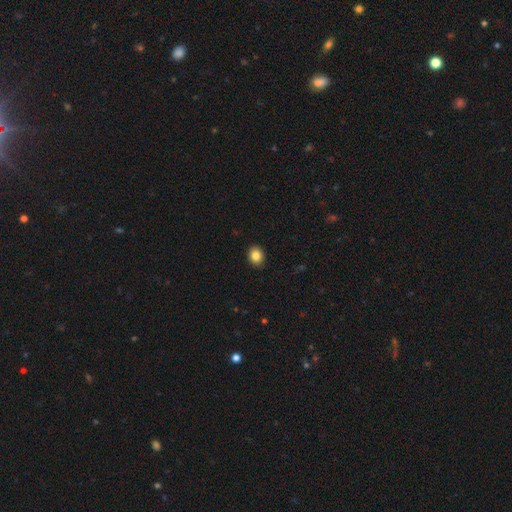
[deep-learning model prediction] This is clearly a smooth galaxy (85%). How rounded: possibly round (59%). Merging: clearly none (91%).